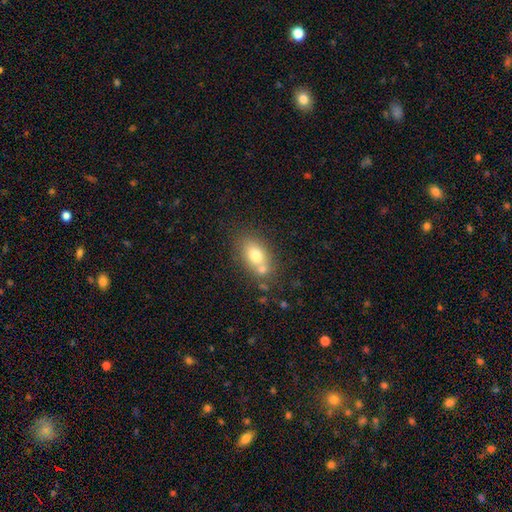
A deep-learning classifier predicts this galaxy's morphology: Smooth or featured? smooth (72%)
How rounded? in between (77%)
Merging? none (52%)